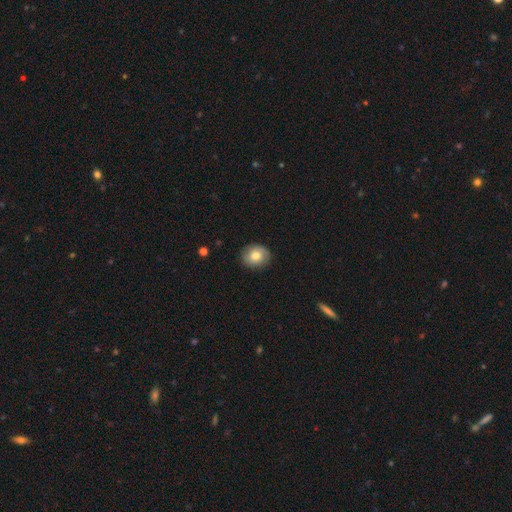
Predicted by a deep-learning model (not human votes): smooth_or_featured: smooth (p=0.71) [alt: featured or disk p=0.21]
how_rounded: round (p=0.68) [alt: in between p=0.31]
merging: none (p=0.84) [alt: minor disturbance p=0.12]